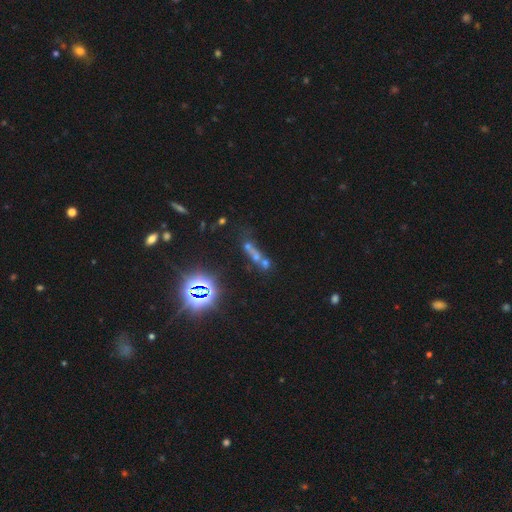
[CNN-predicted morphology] The model was most divided on "smooth or featured": star or artifact: 45%, smooth: 31%, featured or disk: 24%.